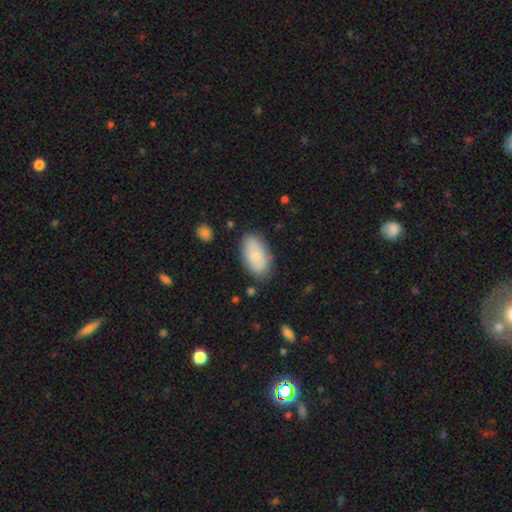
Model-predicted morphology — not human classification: Smooth or featured? smooth (72%)
How rounded? in between (94%)
Merging? none (80%)